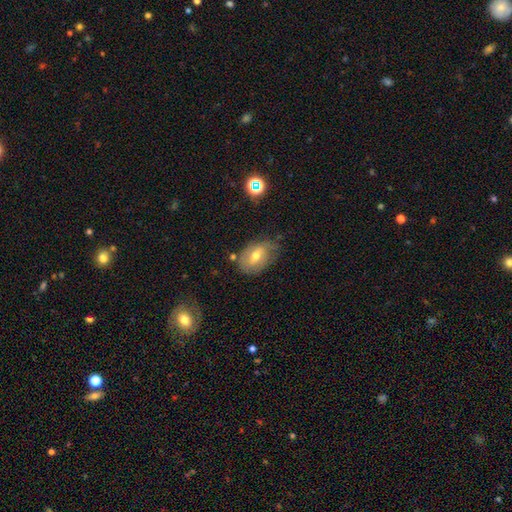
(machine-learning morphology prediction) This appears to be a smooth galaxy with no disk features (54%) that is in between round and cigar-shaped (81%). Merging: none (56%).